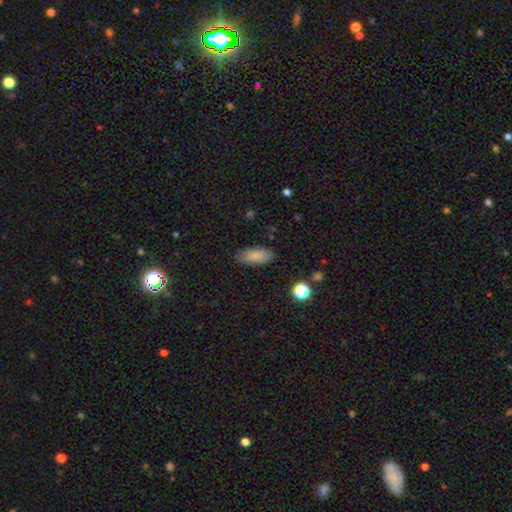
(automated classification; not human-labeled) Q: Smooth or featured?
A: smooth (84%); runner-up: star or artifact (9%)
Q: How rounded?
A: in between (83%); runner-up: cigar-shaped (15%)
Q: Merging?
A: none (84%); runner-up: minor disturbance (12%)